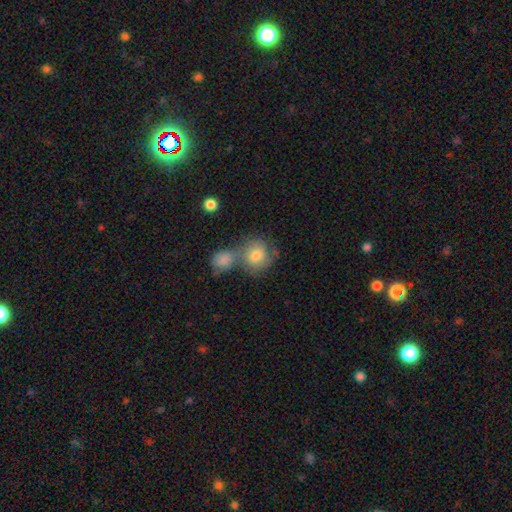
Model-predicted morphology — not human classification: This appears to be a smooth galaxy with no disk features (54%) that is round (80%). Merging: none (55%).